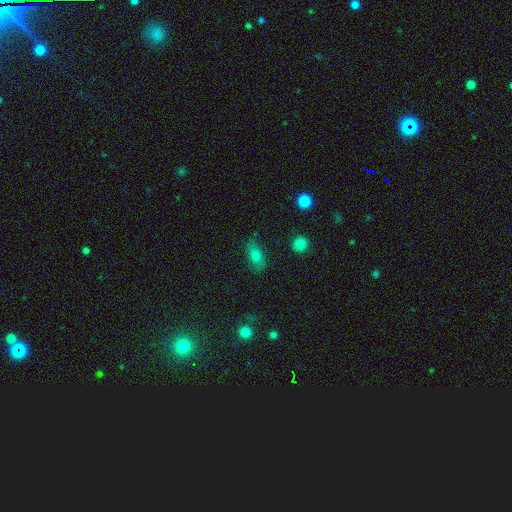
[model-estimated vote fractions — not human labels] Morphology: type=smooth (73%); roundness=in between (82%); merging=none (80%).